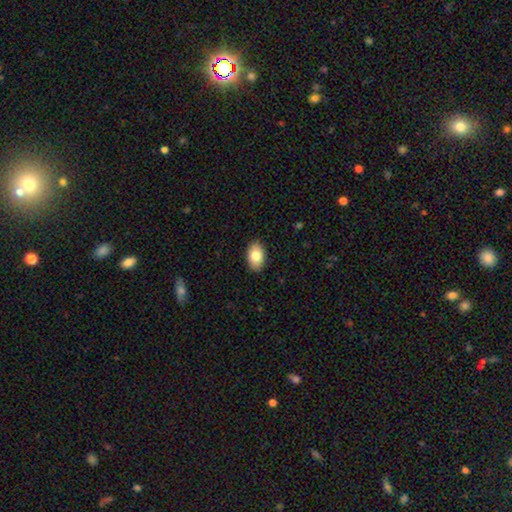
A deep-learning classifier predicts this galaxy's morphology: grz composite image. It shows a smooth galaxy with no disk features (81%) that is in between round and cigar-shaped (90%). Merging: none (89%).